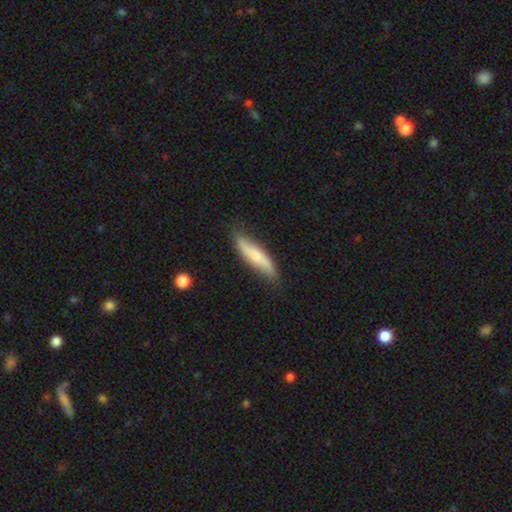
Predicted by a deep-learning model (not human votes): Smooth or featured? Predicted: smooth (p=0.59). How rounded? Predicted: cigar-shaped (p=0.78). Merging? Predicted: none (p=0.72).